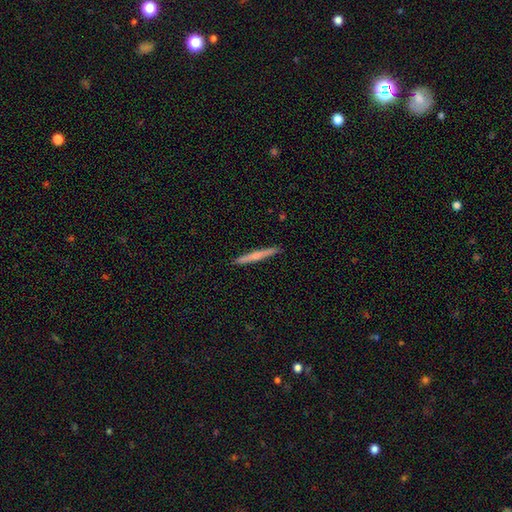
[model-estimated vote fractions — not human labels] Smooth or featured? smooth (53%)
How rounded? cigar-shaped (96%)
Merging? none (92%)